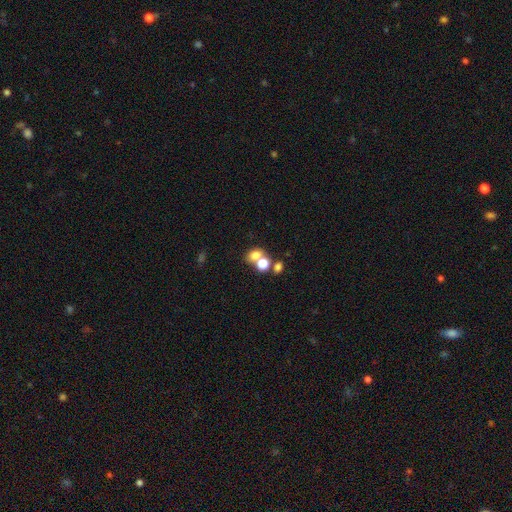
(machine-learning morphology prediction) A smooth galaxy with no disk features (72%) that is round (50%).

Vote fractions:
- Smooth or featured? smooth: 72% / star or artifact: 16% / featured or disk: 12%
- How rounded? round: 50% / in between: 49% / cigar-shaped: 1%
- Merging? merger: 48% / none: 38% / minor disturbance: 9% / major disturbance: 5%